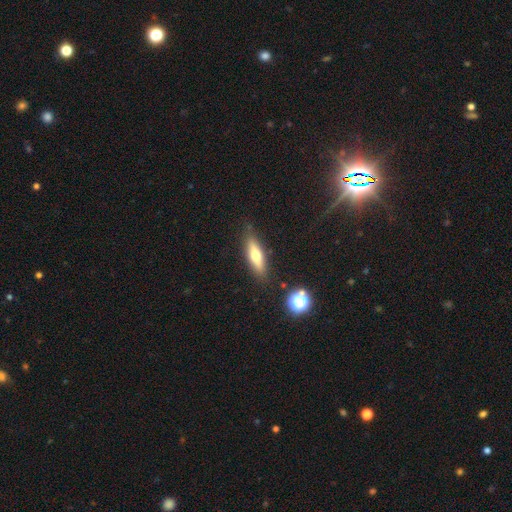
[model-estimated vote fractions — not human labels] A smooth galaxy with no disk features (54%) that is cigar-shaped (62%).

Vote fractions:
- Smooth or featured? smooth: 54% / featured or disk: 38% / star or artifact: 8%
- How rounded? cigar-shaped: 62% / in between: 35% / round: 3%
- Merging? none: 83% / minor disturbance: 12% / major disturbance: 3% / merger: 2%